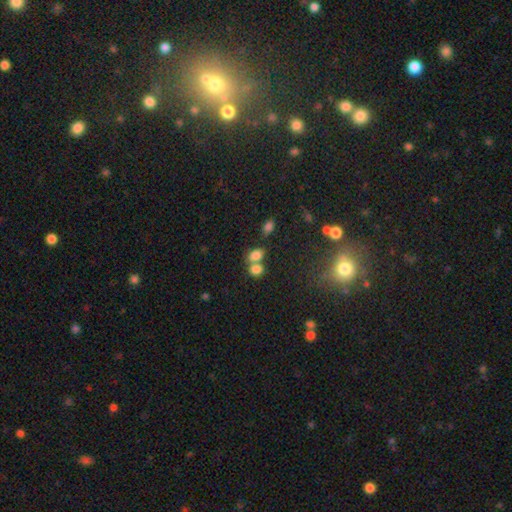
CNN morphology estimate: A smooth galaxy with no disk features (78%) that is in between round and cigar-shaped (66%). Merging: merger (52%).